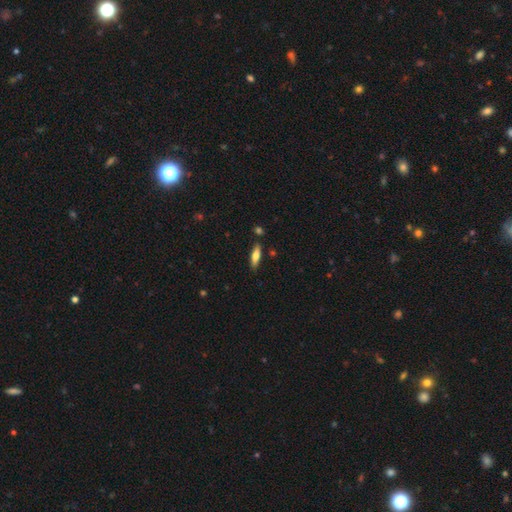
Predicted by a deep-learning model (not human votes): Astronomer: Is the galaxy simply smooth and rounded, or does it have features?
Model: smooth — 66%.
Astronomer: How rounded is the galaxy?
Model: cigar-shaped — 59% (runner-up: in between, 39%).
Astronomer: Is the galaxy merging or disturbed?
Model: none — 83%.